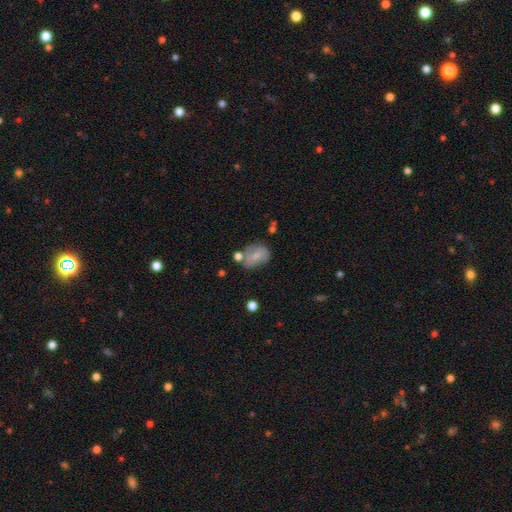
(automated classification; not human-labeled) Morphology: type=smooth (63%); roundness=in between (61%); merging=none (51%).